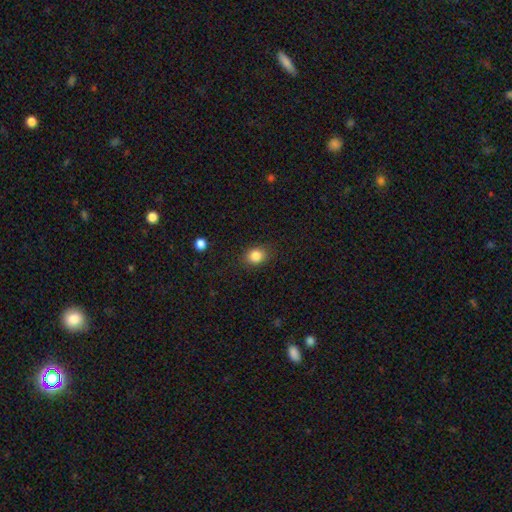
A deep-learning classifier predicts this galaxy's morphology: This is clearly a smooth galaxy (85%). How rounded: possibly round (55%). Merging: clearly none (86%).